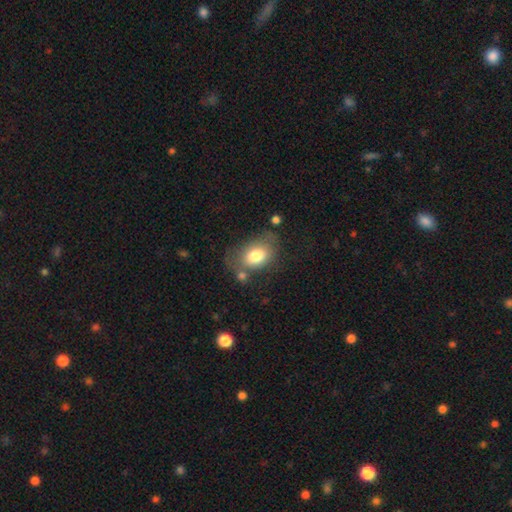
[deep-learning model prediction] Morphology: type=smooth (78%); roundness=in between (80%); merging=none (57%).